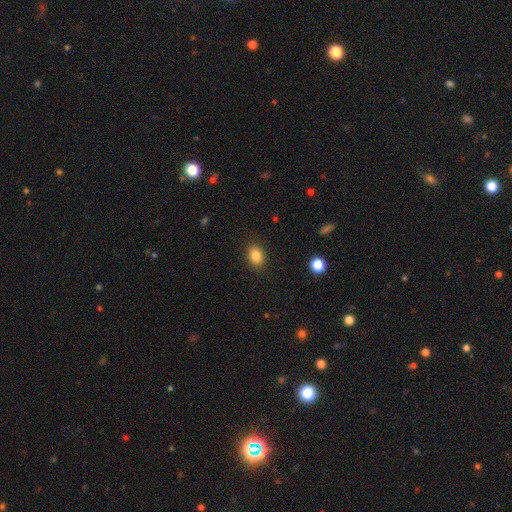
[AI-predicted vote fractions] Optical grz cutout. It shows a smooth galaxy with no disk features (85%) that is in between round and cigar-shaped (70%). Merging: none (87%).